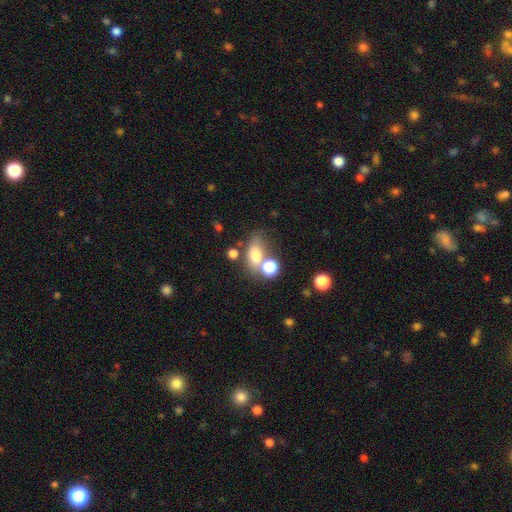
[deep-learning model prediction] Smooth or featured?
  - smooth: 73% *
  - featured or disk: 14%
  - star or artifact: 13%
How rounded?
  - in between: 74% *
  - round: 21%
  - cigar-shaped: 6%
Merging?
  - none: 48% *
  - merger: 29%
  - minor disturbance: 14%
  - major disturbance: 9%